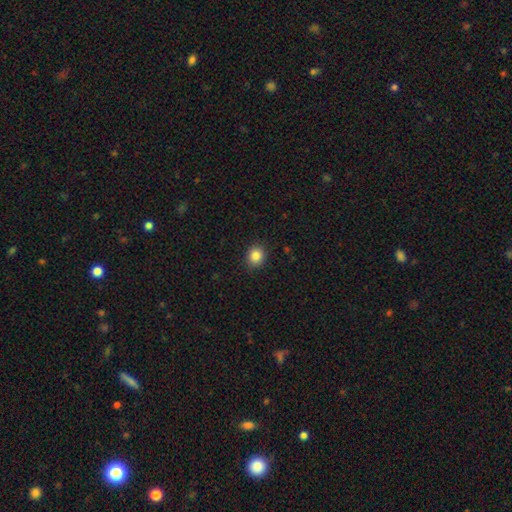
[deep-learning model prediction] Overall: smooth (86%). How rounded: round (74%). Merging: none (89%).